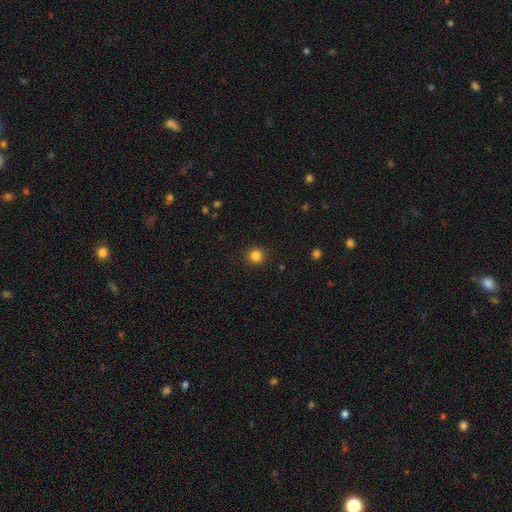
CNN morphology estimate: smooth_or_featured: smooth (p=0.84) [alt: star or artifact p=0.12]
how_rounded: round (p=0.93) [alt: in between p=0.06]
merging: none (p=0.91) [alt: minor disturbance p=0.06]